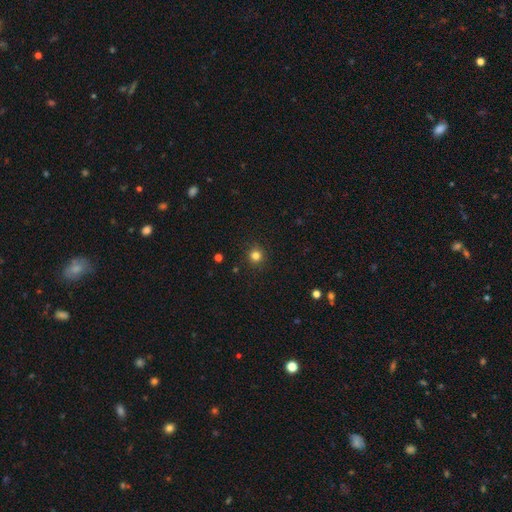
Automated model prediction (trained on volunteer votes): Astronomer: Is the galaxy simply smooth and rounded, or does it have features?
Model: smooth — 81%.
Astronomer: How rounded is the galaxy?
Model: round — 94%.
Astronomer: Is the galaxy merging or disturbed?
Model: none — 91%.